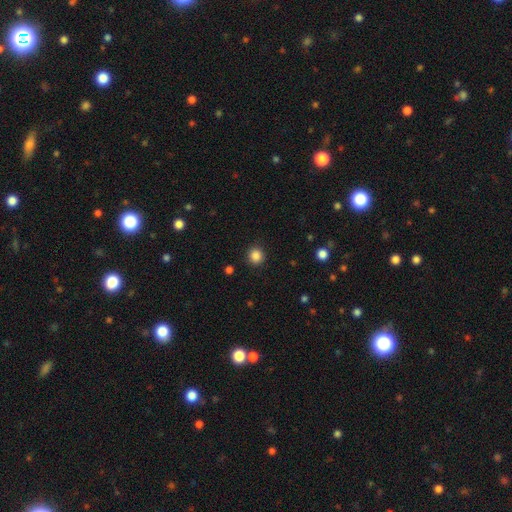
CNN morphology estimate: smooth-or-featured: smooth: 86% | star or artifact: 11% | featured or disk: 3%
  how-rounded: round: 92% | in between: 7% | cigar-shaped: 1%
  merging: none: 91% | minor disturbance: 6% | major disturbance: 2% | merger: 1%